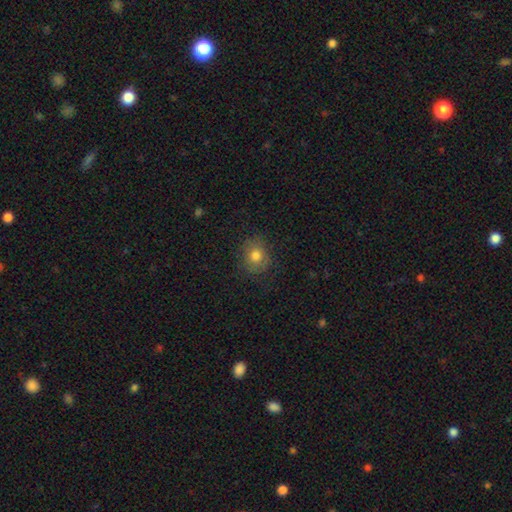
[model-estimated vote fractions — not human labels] A smooth galaxy with no disk features (77%) that is round (74%).

Vote fractions:
- Smooth or featured? smooth: 77% / featured or disk: 12% / star or artifact: 11%
- How rounded? round: 74% / in between: 25% / cigar-shaped: 1%
- Merging? none: 79% / minor disturbance: 15% / major disturbance: 5% / merger: 1%